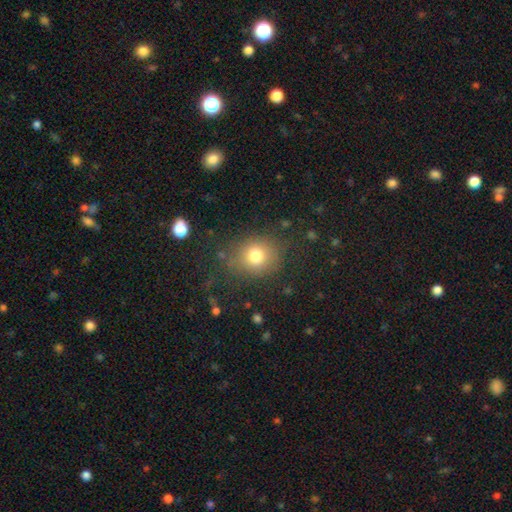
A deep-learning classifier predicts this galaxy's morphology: smooth 77%, star or artifact 13%, featured or disk 10%. Down the decision tree: how rounded — round (72%); merging — none (77%).